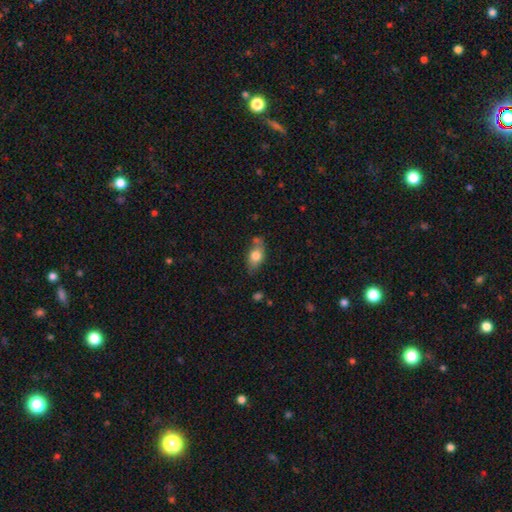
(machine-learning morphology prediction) Smooth or featured? smooth (74%)
How rounded? in between (83%)
Merging? none (63%)